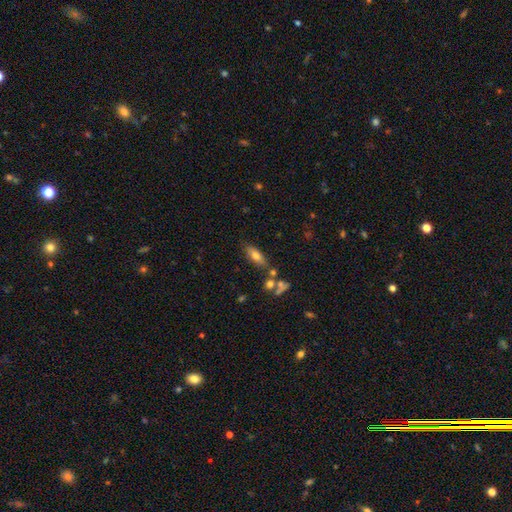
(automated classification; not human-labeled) Morphology: type=smooth (69%); roundness=in between (67%); merging=none (72%).